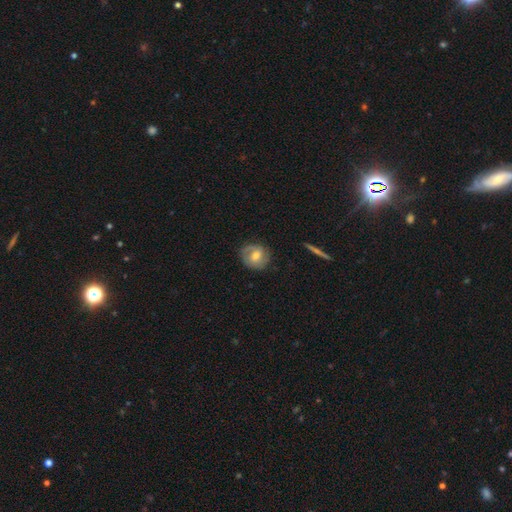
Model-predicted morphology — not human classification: Q: Smooth or featured?
A: featured or disk (56%); runner-up: smooth (37%)
Q: Edge-on disk?
A: no (96%); runner-up: yes (4%)
Q: Bar?
A: no (45%); runner-up: weak (43%)
Q: Spiral arms?
A: yes (80%); runner-up: no (20%)
Q: Bulge size?
A: moderate (66%); runner-up: small (26%)
Q: Merging?
A: none (78%); runner-up: minor disturbance (16%)